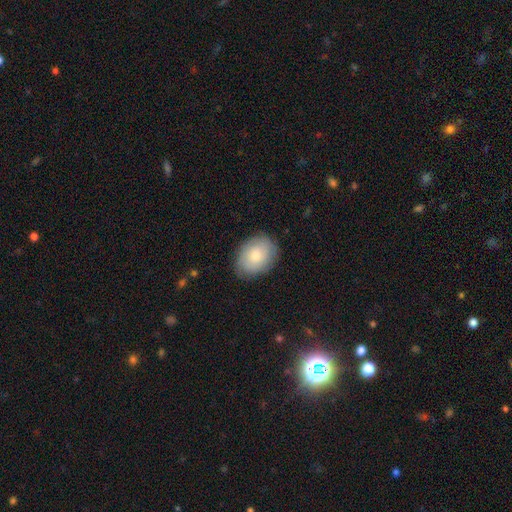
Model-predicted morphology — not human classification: type=smooth (69%); roundness=in between (66%); merging=none (81%).